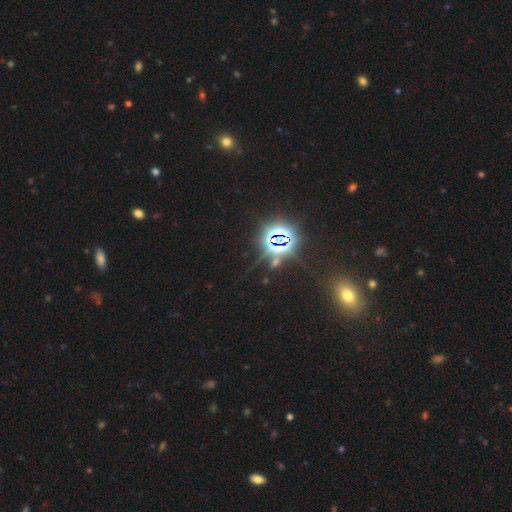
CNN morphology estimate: smooth-or-featured: star or artifact: 68% | smooth: 24% | featured or disk: 7%